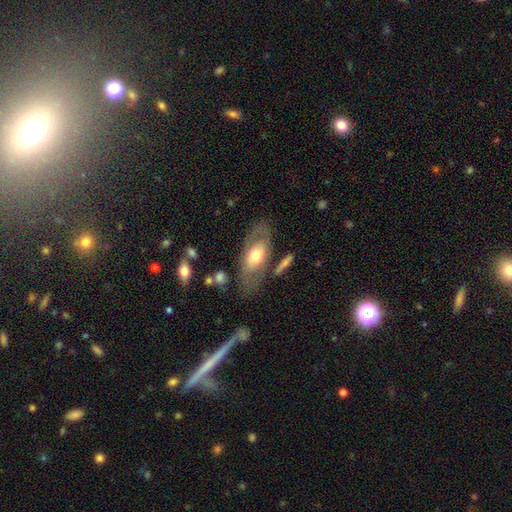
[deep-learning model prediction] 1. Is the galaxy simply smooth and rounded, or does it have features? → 51% smooth, 43% featured or disk, 6% star or artifact.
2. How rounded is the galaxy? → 86% in between, 10% cigar-shaped, 4% round.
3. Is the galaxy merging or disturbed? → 69% none, 17% minor disturbance, 8% major disturbance, 5% merger.